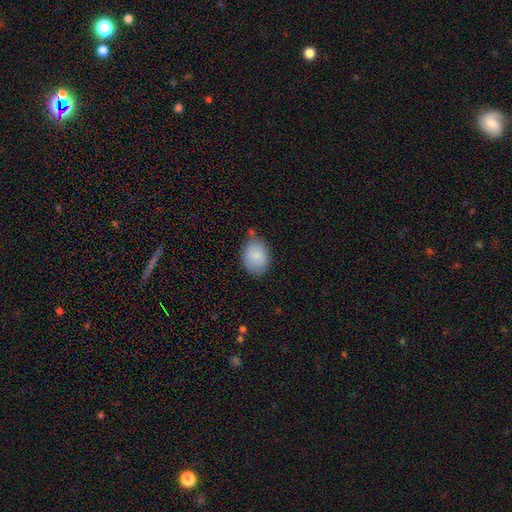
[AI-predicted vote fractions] This appears to be a smooth galaxy with no disk features (85%) that is in between round and cigar-shaped (69%). Merging: none (67%).